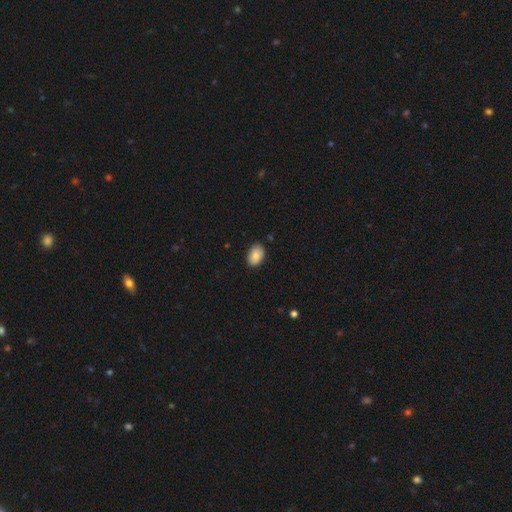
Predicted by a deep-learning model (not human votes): This is clearly a smooth galaxy (87%). How rounded: clearly in between (88%). Merging: clearly none (85%).